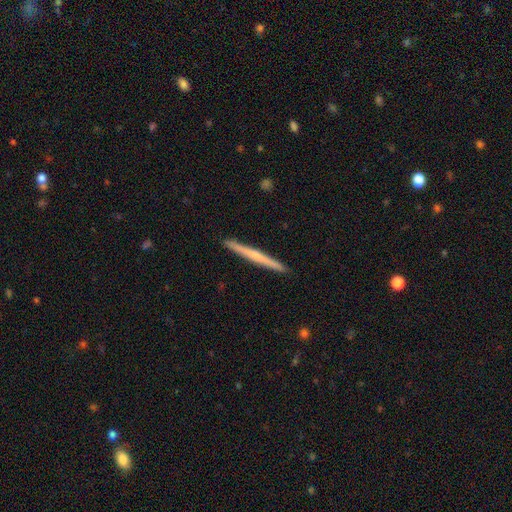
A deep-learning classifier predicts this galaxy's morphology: Overall: featured or disk (52%; smooth 42%). Edge-on disk: yes (98%). Edge-on bulge: none (60%; rounded 34%). Merging: none (93%).